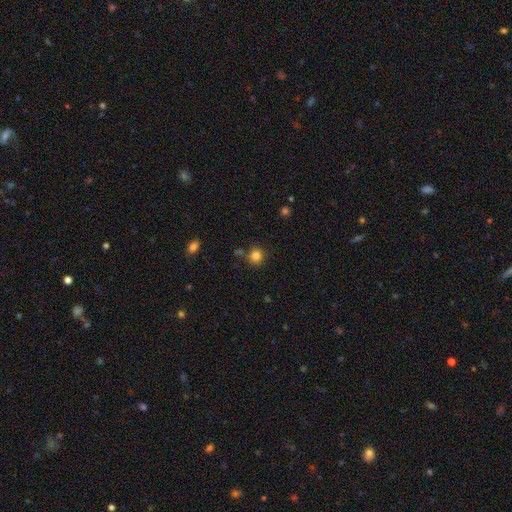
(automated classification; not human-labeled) A smooth galaxy with no disk features (83%) that is round (91%). Merging: none (81%).